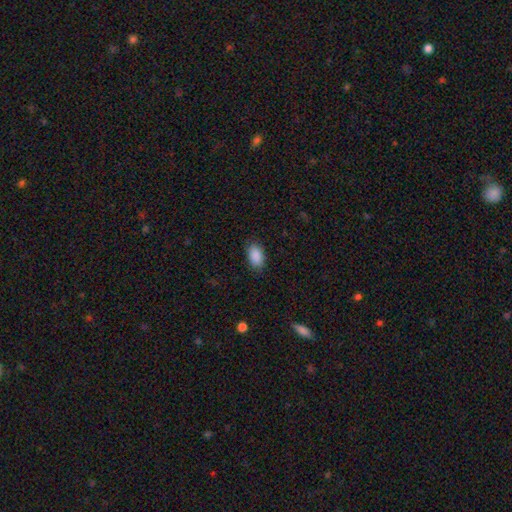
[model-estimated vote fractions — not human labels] Smooth or featured: smooth — 90% (star or artifact — 7%)
How rounded: in between — 92% (round — 6%)
Merging: none — 85% (minor disturbance — 11%)